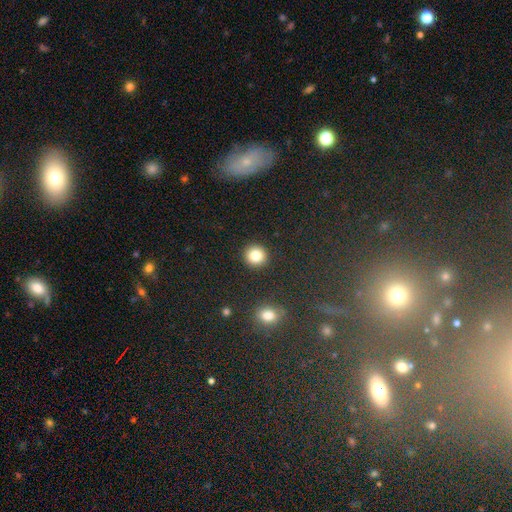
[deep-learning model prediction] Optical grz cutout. It shows a smooth galaxy with no disk features (83%) that is round (93%). Merging: none (92%).